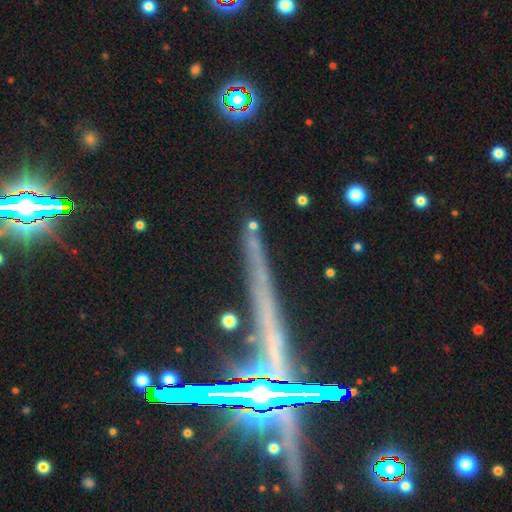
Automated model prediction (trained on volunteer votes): smooth-or-featured: star or artifact: 45% | featured or disk: 32% | smooth: 23%